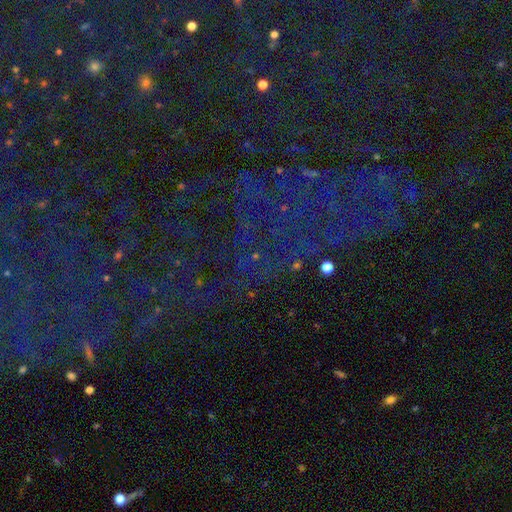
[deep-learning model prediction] smooth_or_featured: star or artifact (p=0.81) [alt: smooth p=0.10]